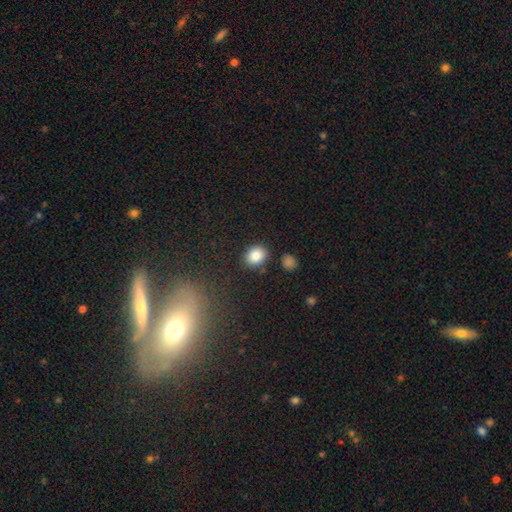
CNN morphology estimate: A smooth galaxy with no disk features (85%) that is in between round and cigar-shaped (51%). Merging: none (83%).